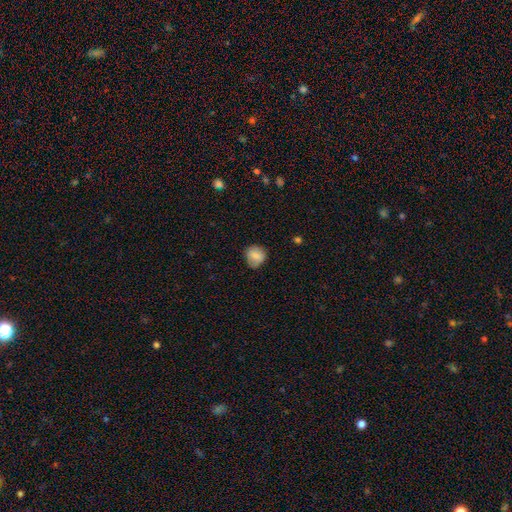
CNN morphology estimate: Smooth or featured? smooth (82%)
How rounded? round (74%)
Merging? none (72%)